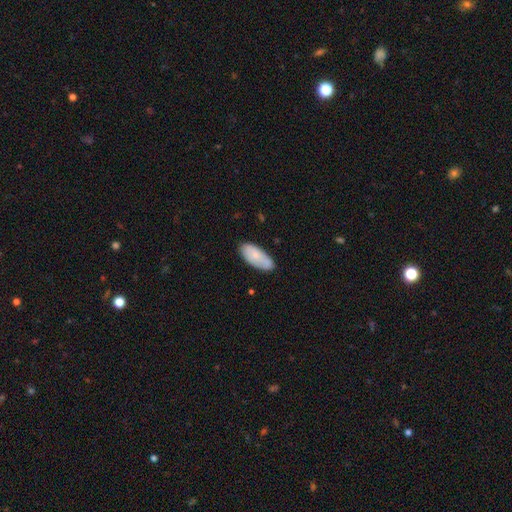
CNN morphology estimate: Smooth or featured? Predicted: smooth (p=0.76). How rounded? Predicted: in between (p=0.88). Merging? Predicted: none (p=0.74).